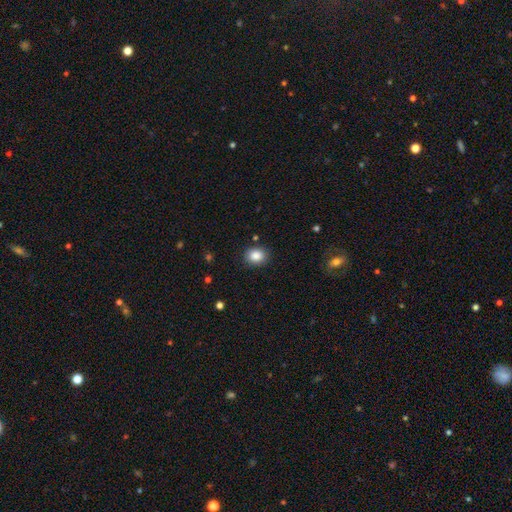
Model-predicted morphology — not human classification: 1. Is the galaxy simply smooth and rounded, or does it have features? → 86% smooth, 9% star or artifact, 5% featured or disk.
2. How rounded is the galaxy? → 58% round, 41% in between, 1% cigar-shaped.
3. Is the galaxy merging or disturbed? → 87% none, 9% minor disturbance, 2% major disturbance, 1% merger.